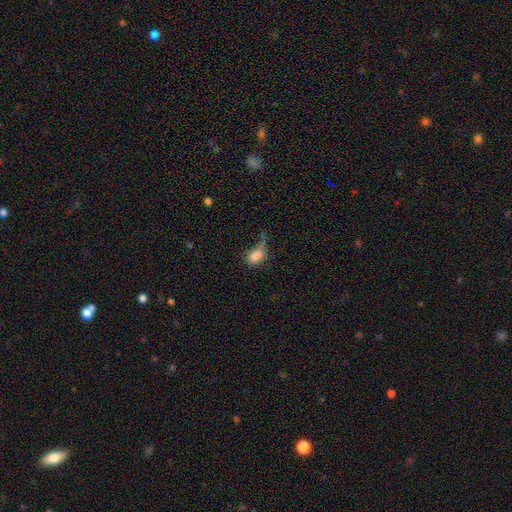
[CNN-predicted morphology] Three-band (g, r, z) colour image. It shows a smooth galaxy with no disk features (81%) that is in between round and cigar-shaped (78%). Merging: none (32%).